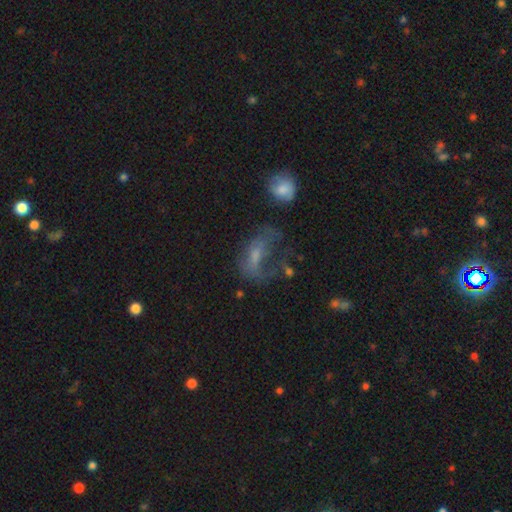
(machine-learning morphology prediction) Smooth or featured: featured or disk — 44% (smooth — 39%)
Merging: major disturbance — 45% (none — 29%)